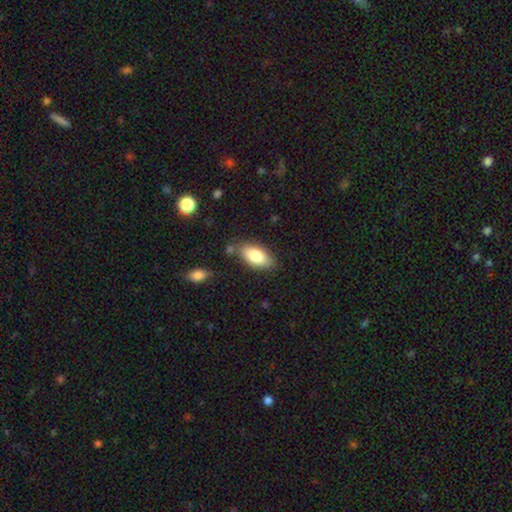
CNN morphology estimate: Q: Smooth or featured?
A: smooth (82%); runner-up: featured or disk (12%)
Q: How rounded?
A: in between (91%); runner-up: cigar-shaped (6%)
Q: Merging?
A: none (77%); runner-up: minor disturbance (15%)